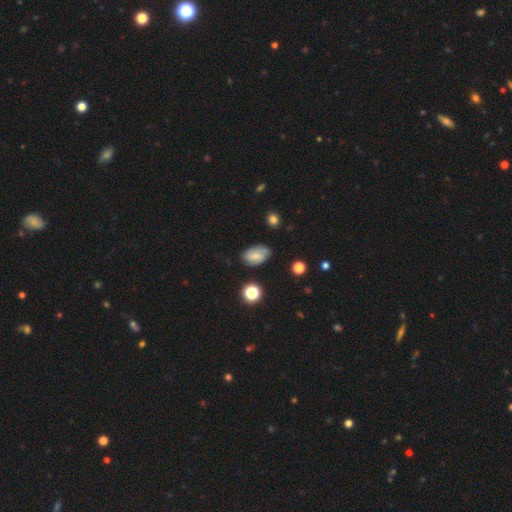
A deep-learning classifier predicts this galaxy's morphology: The model was most divided on "merging": none: 68%, minor disturbance: 25%, major disturbance: 5%, merger: 2%. More confident: how rounded — in between (88%); smooth or featured — smooth (67%).